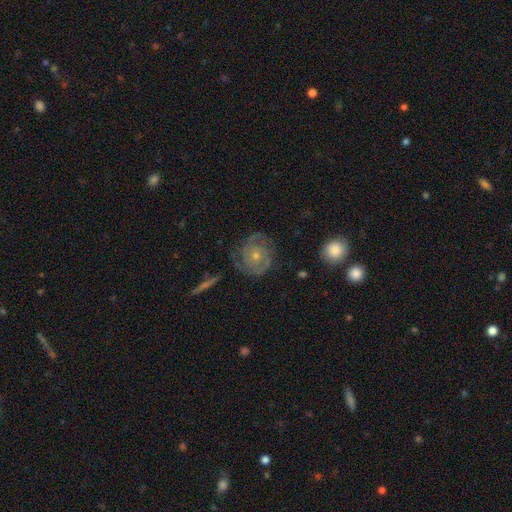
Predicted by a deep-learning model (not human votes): featured or disk 86%, smooth 7%, star or artifact 7%. Down the decision tree: edge-on disk — no (98%); bar — no (78%); spiral arms — yes (97%); spiral arm count — 2 (56%); spiral winding — tight (69%); bulge size — small (56%); merging — none (80%).